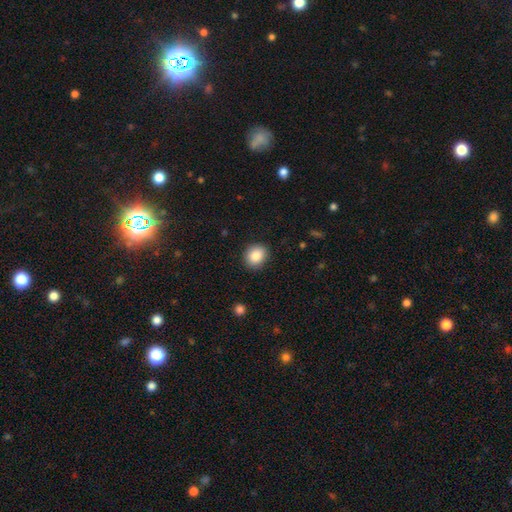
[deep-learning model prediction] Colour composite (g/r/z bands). It shows a smooth galaxy with no disk features (86%) that is round (70%). Merging: none (89%).